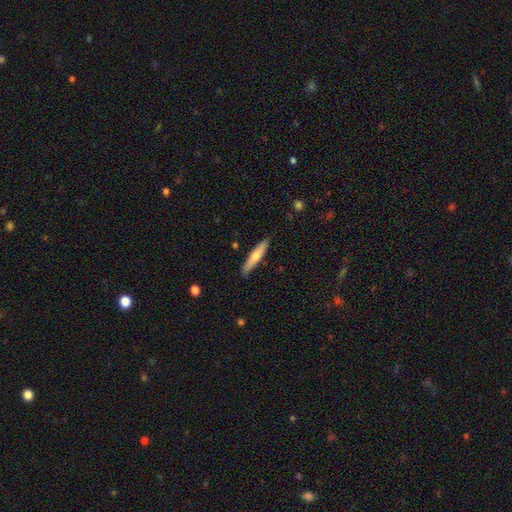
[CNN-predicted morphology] type=smooth (62%); roundness=cigar-shaped (91%); merging=none (88%).